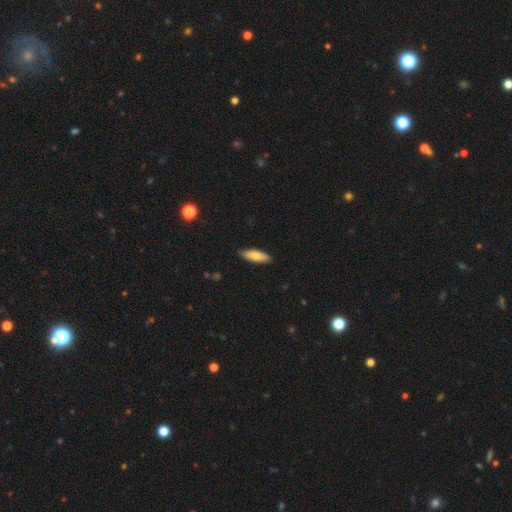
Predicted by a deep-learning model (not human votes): Smooth or featured: smooth — 78% (featured or disk — 16%)
How rounded: in between — 55% (cigar-shaped — 43%)
Merging: none — 87% (minor disturbance — 11%)